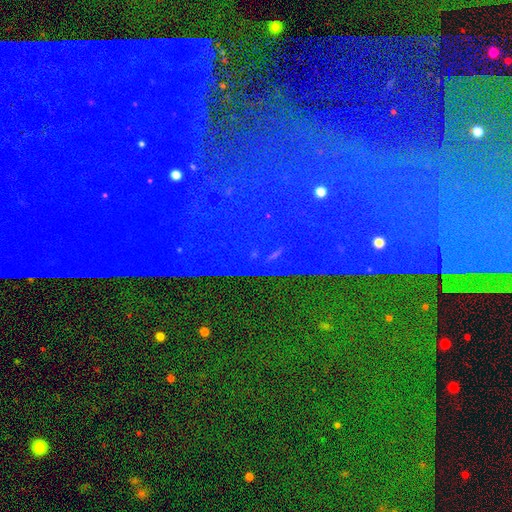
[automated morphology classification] Smooth or featured: star or artifact — 86% (featured or disk — 8%)